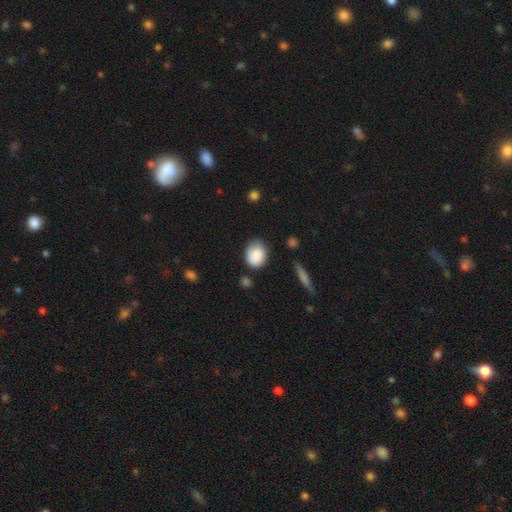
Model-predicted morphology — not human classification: This is clearly a smooth galaxy (85%). How rounded: likely in between (66%). Merging: likely none (65%).